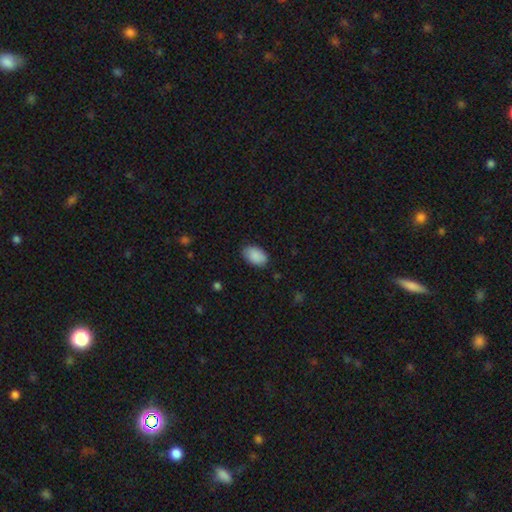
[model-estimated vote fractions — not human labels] Smooth or featured? smooth (90%)
How rounded? in between (91%)
Merging? none (83%)